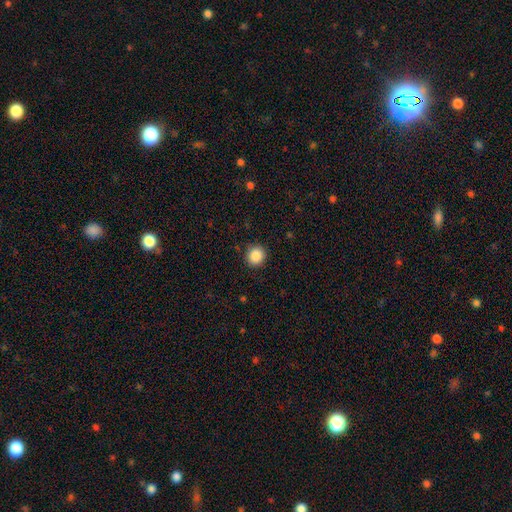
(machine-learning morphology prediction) Smooth or featured? Predicted: smooth (p=0.87). How rounded? Predicted: round (p=0.89). Merging? Predicted: none (p=0.90).